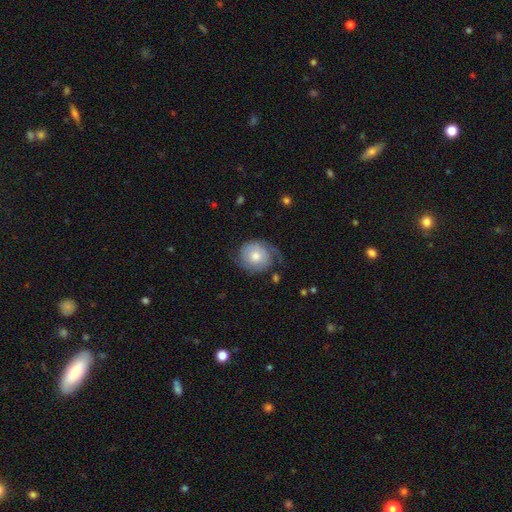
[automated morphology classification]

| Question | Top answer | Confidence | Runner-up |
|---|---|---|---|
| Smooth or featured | featured or disk | 57% | smooth (36%) |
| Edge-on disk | no | 97% | yes (3%) |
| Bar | no | 81% | weak (17%) |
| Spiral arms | yes | 86% | no (14%) |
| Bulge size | moderate | 64% | small (24%) |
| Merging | none | 58% | minor disturbance (24%) |